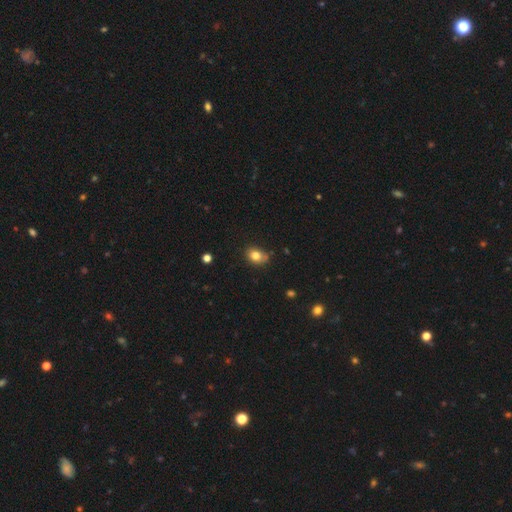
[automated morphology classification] The model was most divided on "how rounded": in between: 59%, round: 40%, cigar-shaped: 1%. More confident: smooth or featured — smooth (80%); merging — none (68%).